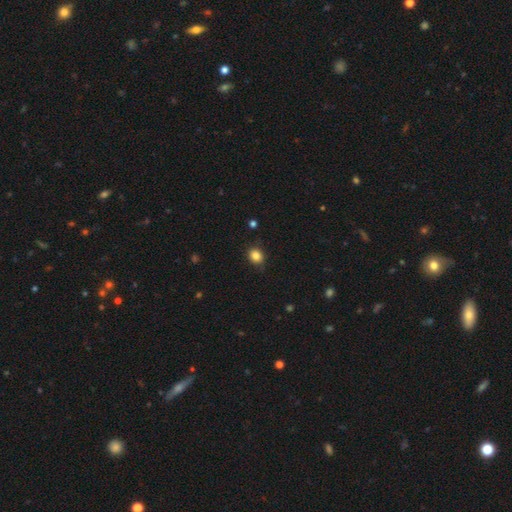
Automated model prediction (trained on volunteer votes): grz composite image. It shows a smooth galaxy with no disk features (85%) that is round (64%). Merging: none (81%).